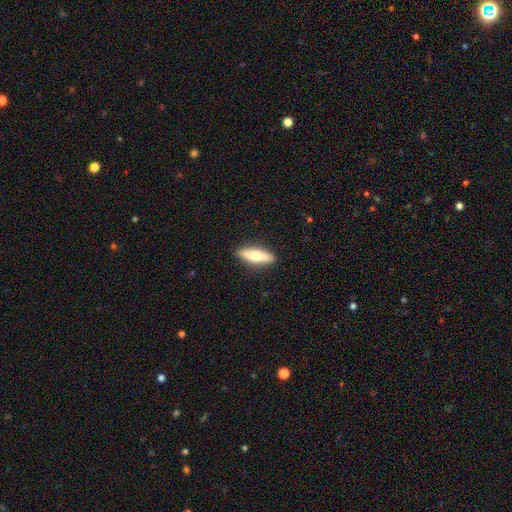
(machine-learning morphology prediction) This appears to be a smooth galaxy with no disk features (66%) that is cigar-shaped (59%). Merging: none (90%).